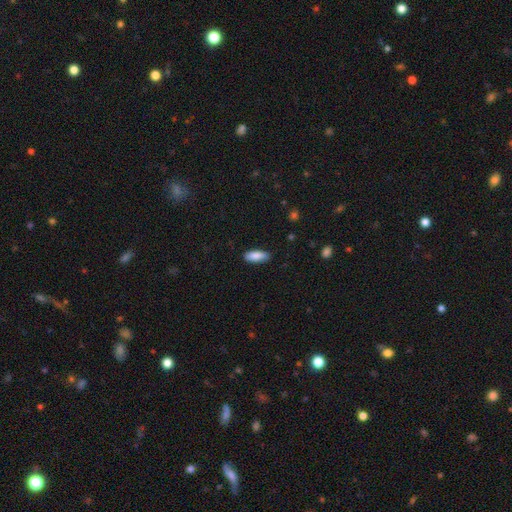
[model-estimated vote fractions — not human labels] A smooth galaxy with no disk features (87%) that is in between round and cigar-shaped (72%). Merging: none (87%).